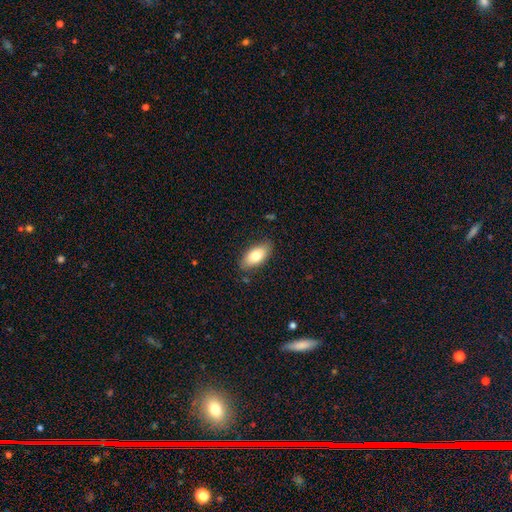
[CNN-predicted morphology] Q: Smooth or featured?
A: smooth (77%); runner-up: featured or disk (16%)
Q: How rounded?
A: in between (91%); runner-up: cigar-shaped (6%)
Q: Merging?
A: none (82%); runner-up: minor disturbance (14%)